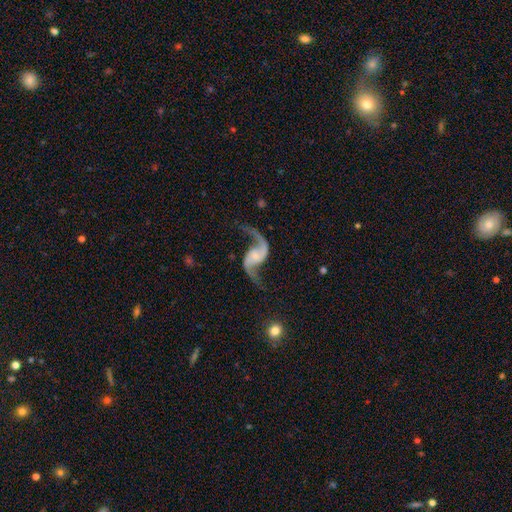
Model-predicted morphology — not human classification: A featured or disk galaxy (92%) with no bar (49%), 2 (94%) loose (88%) spiral arms (98%) and no central bulge (41%). Merging: none (73%).